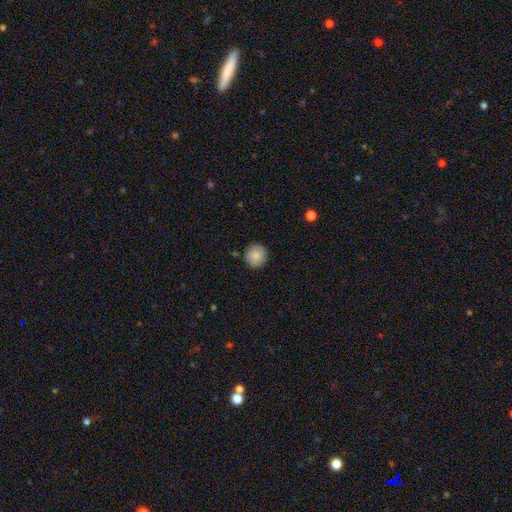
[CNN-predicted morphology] This appears to be a smooth galaxy with no disk features (85%) that is round (93%). Merging: none (88%).